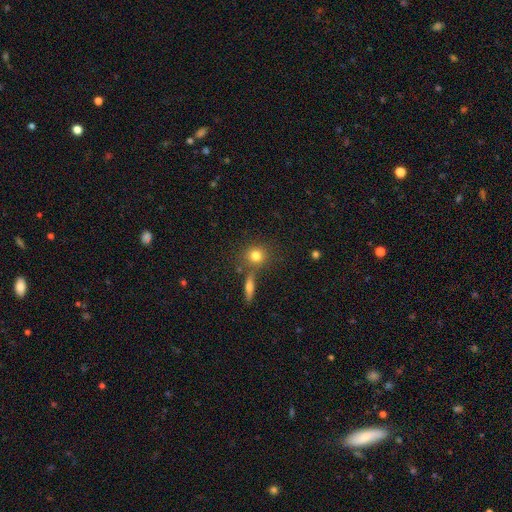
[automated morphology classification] smooth-or-featured: smooth: 78% | star or artifact: 11% | featured or disk: 10%
  how-rounded: round: 82% | in between: 15% | cigar-shaped: 3%
  merging: none: 71% | merger: 16% | minor disturbance: 10% | major disturbance: 4%